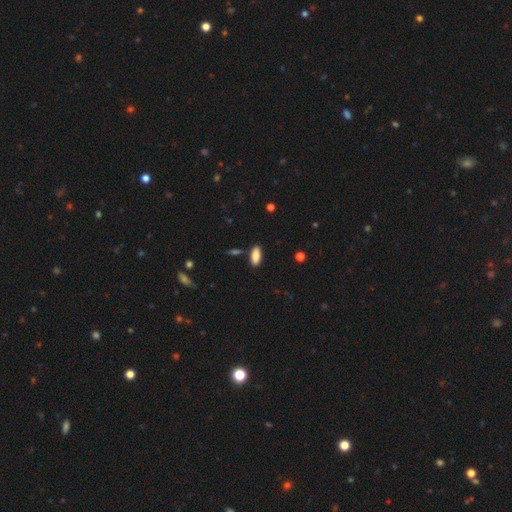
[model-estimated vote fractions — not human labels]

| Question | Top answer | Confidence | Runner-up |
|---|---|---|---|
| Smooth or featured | smooth | 84% | featured or disk (9%) |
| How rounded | in between | 82% | cigar-shaped (16%) |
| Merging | none | 85% | minor disturbance (9%) |